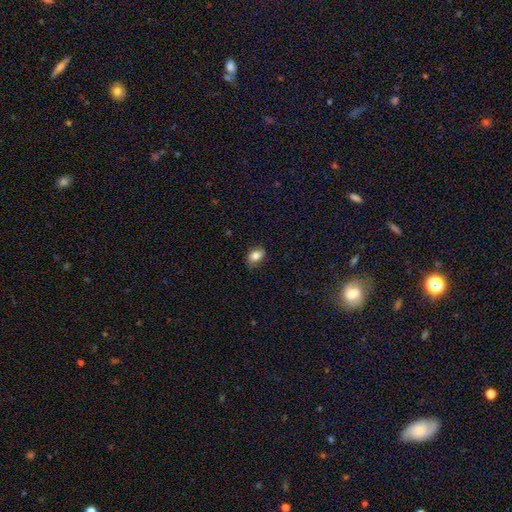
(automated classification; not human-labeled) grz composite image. It shows a smooth galaxy with no disk features (82%) that is in between round and cigar-shaped (77%). Merging: none (79%).